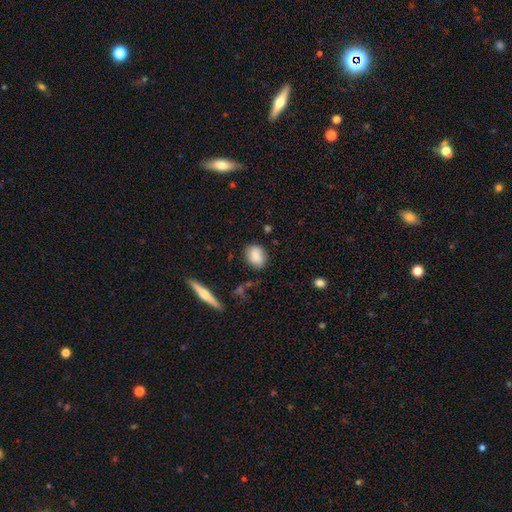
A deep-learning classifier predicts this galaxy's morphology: Q: Smooth or featured?
A: smooth (84%); runner-up: featured or disk (8%)
Q: How rounded?
A: in between (58%); runner-up: round (39%)
Q: Merging?
A: none (80%); runner-up: minor disturbance (14%)